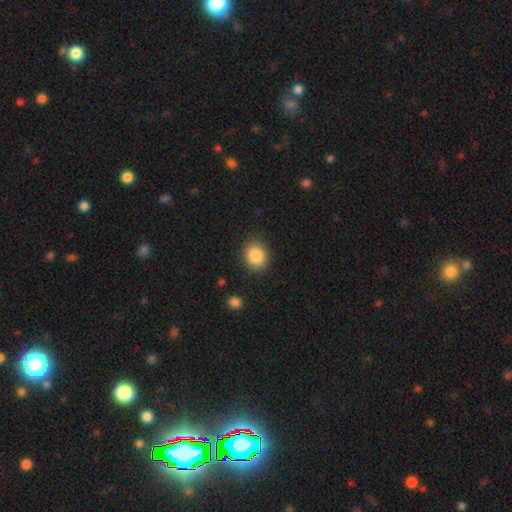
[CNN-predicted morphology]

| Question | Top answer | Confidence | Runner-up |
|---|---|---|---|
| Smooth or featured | smooth | 86% | star or artifact (9%) |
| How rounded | round | 63% | in between (36%) |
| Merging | none | 86% | minor disturbance (9%) |